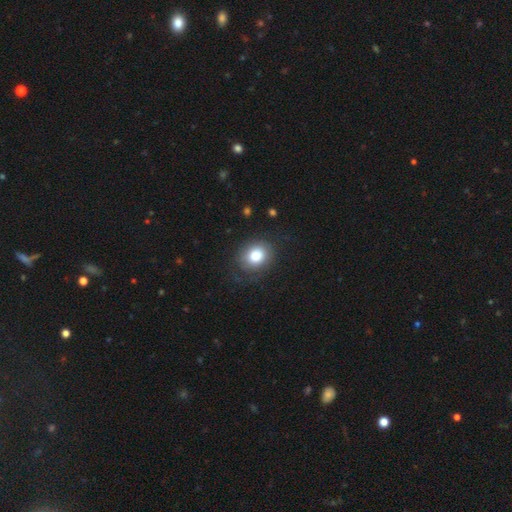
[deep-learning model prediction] This is clearly a smooth galaxy (81%). How rounded: possibly round (59%). Merging: likely none (77%).